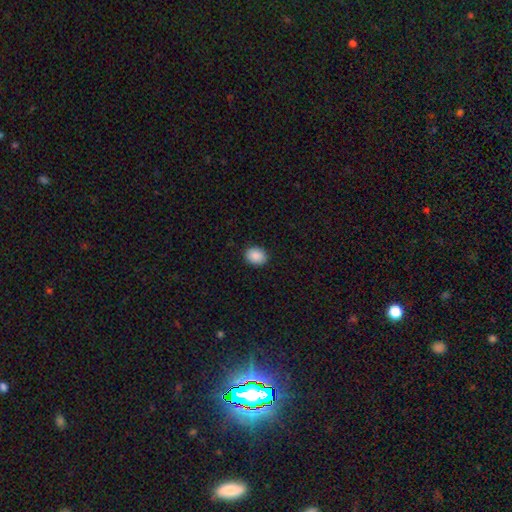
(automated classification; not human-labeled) A smooth galaxy with no disk features (89%) that is in between round and cigar-shaped (54%).

Vote fractions:
- Smooth or featured? smooth: 89% / star or artifact: 8% / featured or disk: 3%
- How rounded? in between: 54% / round: 45% / cigar-shaped: 1%
- Merging? none: 91% / minor disturbance: 7% / major disturbance: 2% / merger: 1%